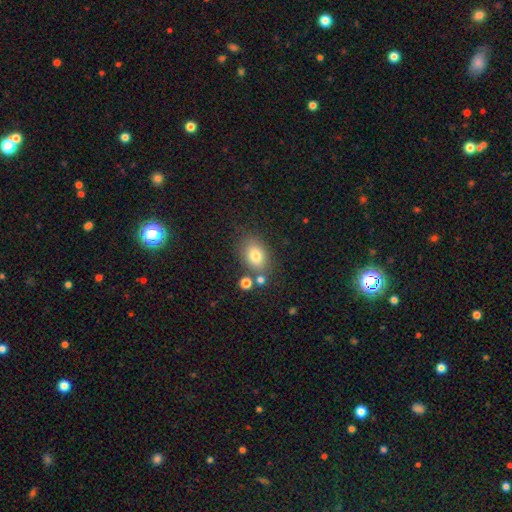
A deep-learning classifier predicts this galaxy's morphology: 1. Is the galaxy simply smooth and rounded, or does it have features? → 79% smooth, 11% star or artifact, 11% featured or disk.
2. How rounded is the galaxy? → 71% in between, 27% round, 1% cigar-shaped.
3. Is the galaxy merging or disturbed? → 72% none, 14% minor disturbance, 10% merger, 5% major disturbance.